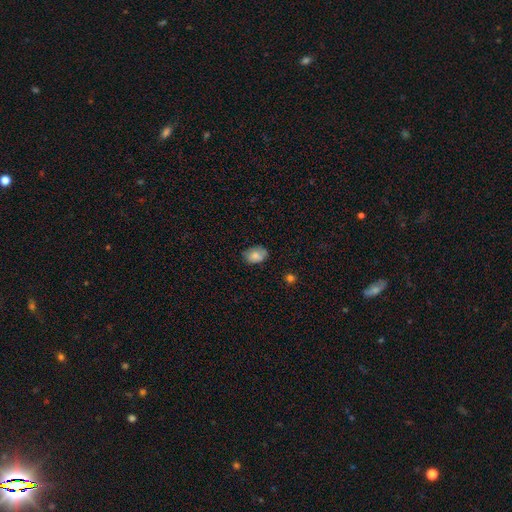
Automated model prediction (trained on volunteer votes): Overall: smooth (78%). How rounded: in between (76%). Merging: none (66%).